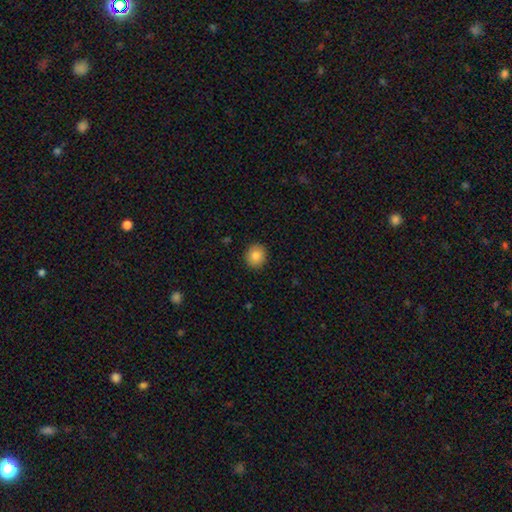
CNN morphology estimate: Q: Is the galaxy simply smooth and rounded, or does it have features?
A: smooth — 83%.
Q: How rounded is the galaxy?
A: round — 86%.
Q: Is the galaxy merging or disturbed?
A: none — 91%.